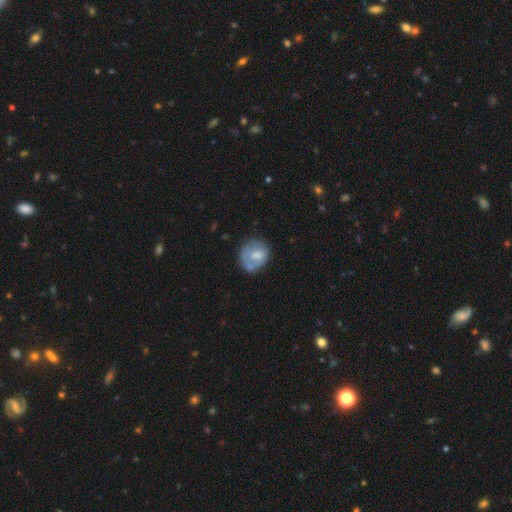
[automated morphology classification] Smooth or featured?
  - smooth: 60% *
  - featured or disk: 32%
  - star or artifact: 7%
How rounded?
  - round: 75% *
  - in between: 24%
  - cigar-shaped: 1%
Merging?
  - none: 51% *
  - minor disturbance: 27%
  - major disturbance: 14%
  - merger: 8%